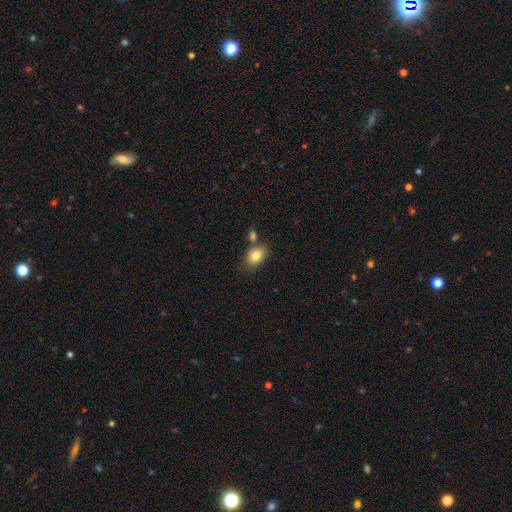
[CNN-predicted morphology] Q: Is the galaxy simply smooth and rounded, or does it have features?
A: smooth — 81%.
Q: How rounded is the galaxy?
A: in between — 74%.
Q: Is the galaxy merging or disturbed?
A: none — 64%.